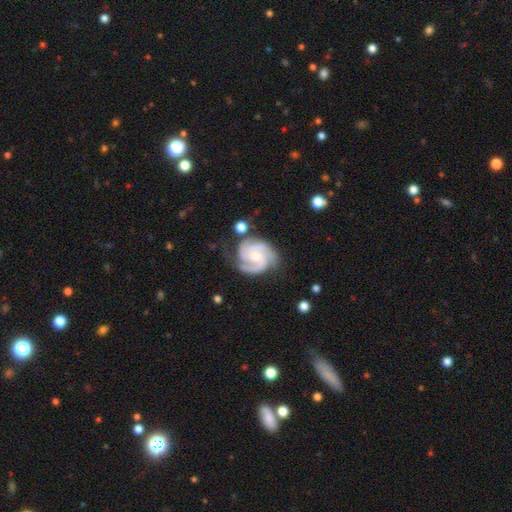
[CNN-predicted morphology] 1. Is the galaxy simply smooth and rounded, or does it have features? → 91% featured or disk, 5% smooth, 4% star or artifact.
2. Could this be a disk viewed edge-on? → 98% no, 2% yes.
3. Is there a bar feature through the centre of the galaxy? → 63% no, 31% weak, 6% strong.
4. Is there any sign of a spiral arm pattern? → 98% yes, 2% no.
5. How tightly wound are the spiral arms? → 58% tight, 37% medium, 5% loose.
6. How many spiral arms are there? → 66% 3, 15% 2, 8% 4, 5% can't tell, 3% 1, 3% more than 4.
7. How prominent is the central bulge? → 58% moderate, 34% small, 4% large, 3% none, 1% dominant.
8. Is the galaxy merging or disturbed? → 70% none, 19% minor disturbance, 7% major disturbance, 4% merger.